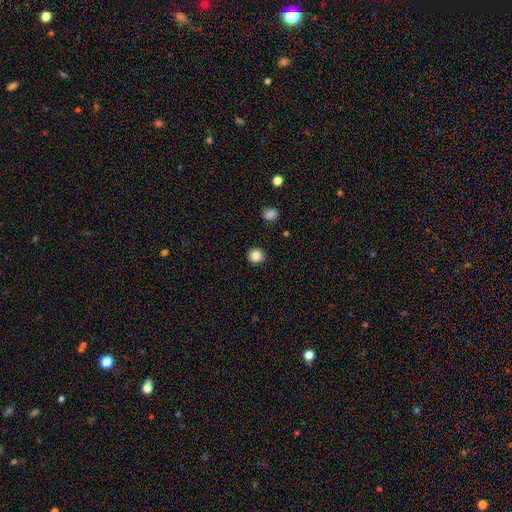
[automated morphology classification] A smooth galaxy with no disk features (86%) that is round (93%). Merging: none (92%).